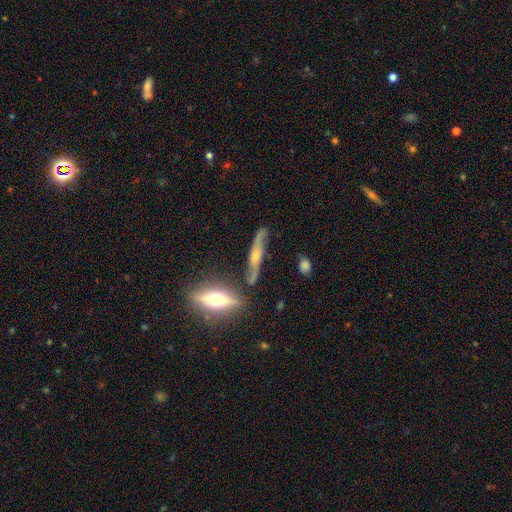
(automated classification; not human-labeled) This appears to be a featured or disk galaxy (71%) viewed edge-on (76%) with a rounded central bulge (85%). Merging: none (70%).